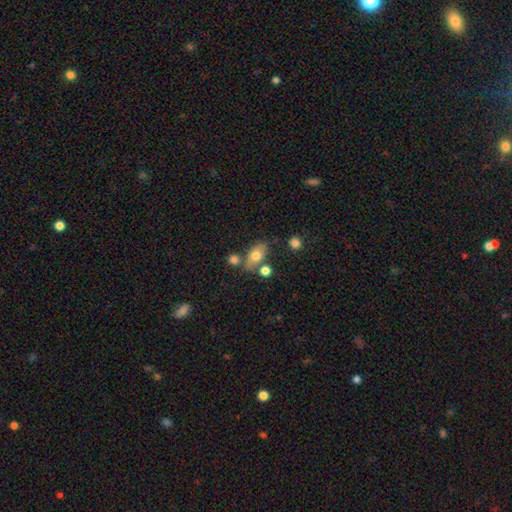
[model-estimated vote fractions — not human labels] smooth_or_featured: smooth (p=0.73) [alt: featured or disk p=0.19]
how_rounded: in between (p=0.83) [alt: round p=0.10]
merging: none (p=0.63) [alt: merger p=0.17]